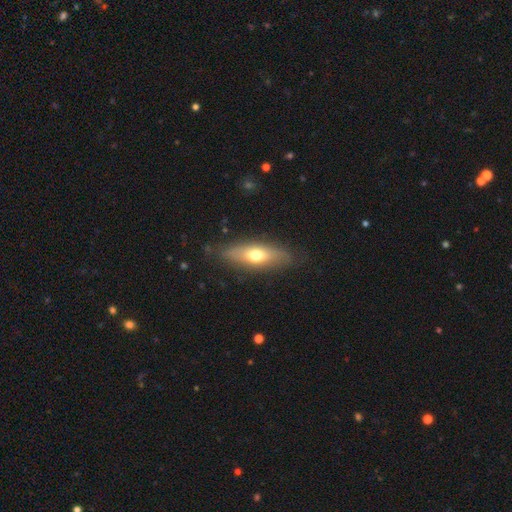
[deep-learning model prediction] smooth-or-featured: smooth: 60% | featured or disk: 34% | star or artifact: 7%
  how-rounded: in between: 59% | cigar-shaped: 38% | round: 4%
  merging: none: 79% | minor disturbance: 15% | major disturbance: 4% | merger: 1%